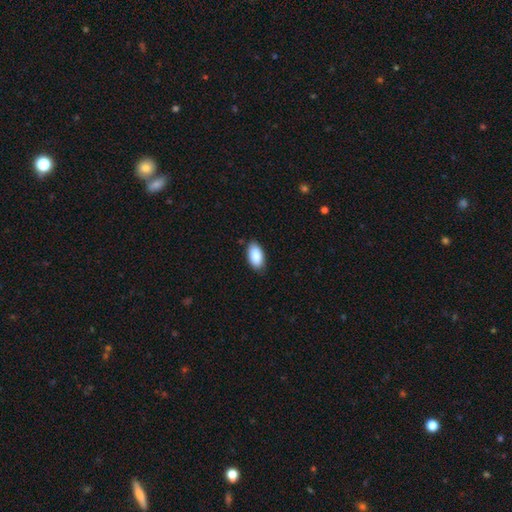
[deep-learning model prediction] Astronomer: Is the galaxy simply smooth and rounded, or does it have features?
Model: smooth — 89%.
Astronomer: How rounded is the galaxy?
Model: in between — 95%.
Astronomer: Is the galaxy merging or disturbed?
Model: none — 83%.